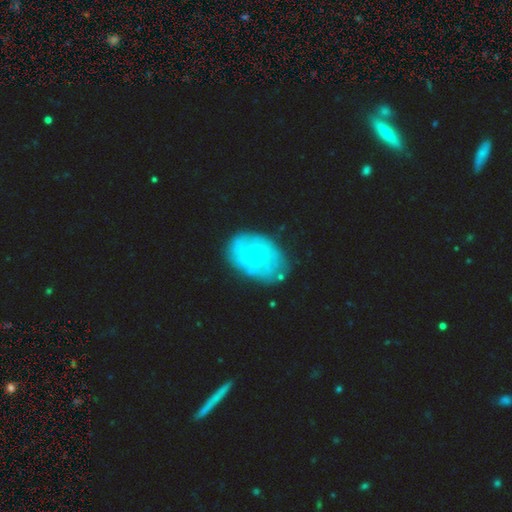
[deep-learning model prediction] This is likely a featured or disk galaxy (71%). It is clearly not viewed edge-on (97%). Bar: likely no (78%). Spiral arm pattern: likely yes (67%). Central bulge: possibly small (54%). Merging: likely none (69%).